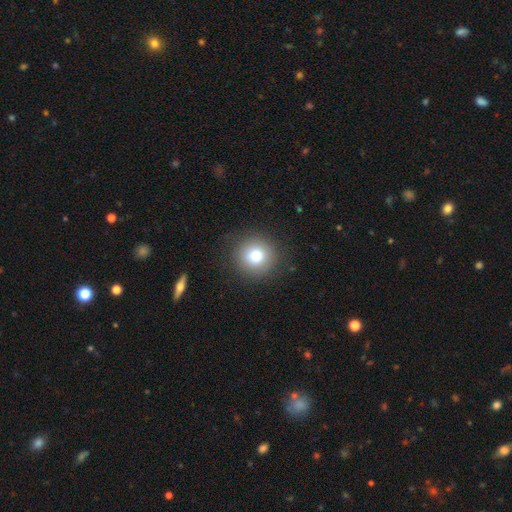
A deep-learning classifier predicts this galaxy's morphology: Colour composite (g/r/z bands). It shows a smooth galaxy with no disk features (78%) that is round (94%). Merging: none (88%).